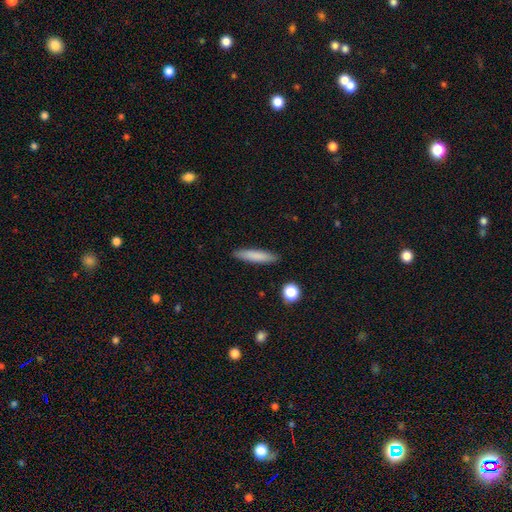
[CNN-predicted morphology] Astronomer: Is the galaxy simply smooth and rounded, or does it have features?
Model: smooth — 80%.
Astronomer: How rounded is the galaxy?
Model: cigar-shaped — 88%.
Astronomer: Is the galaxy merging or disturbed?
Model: none — 90%.